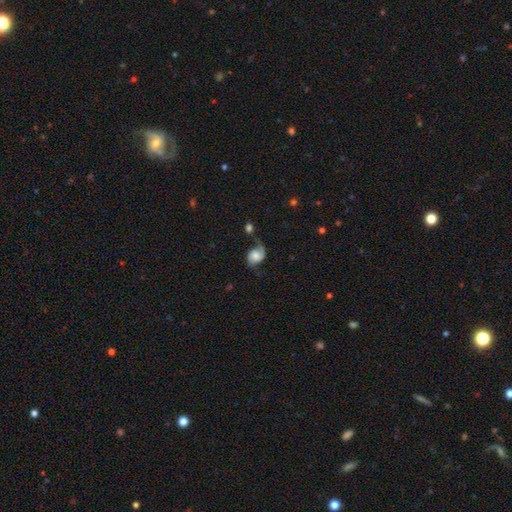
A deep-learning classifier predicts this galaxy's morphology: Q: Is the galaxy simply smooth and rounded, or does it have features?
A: smooth — 47%.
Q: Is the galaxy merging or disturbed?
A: none — 42%.